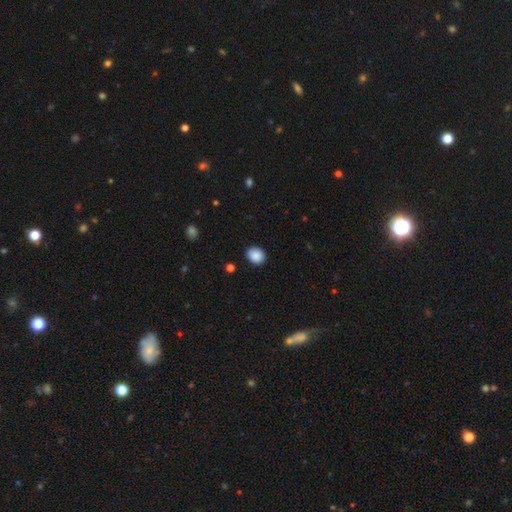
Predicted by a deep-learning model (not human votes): A smooth galaxy with no disk features (89%) that is round (59%).

Vote fractions:
- Smooth or featured? smooth: 89% / star or artifact: 8% / featured or disk: 3%
- How rounded? round: 59% / in between: 40% / cigar-shaped: 1%
- Merging? none: 88% / minor disturbance: 9% / major disturbance: 2% / merger: 1%